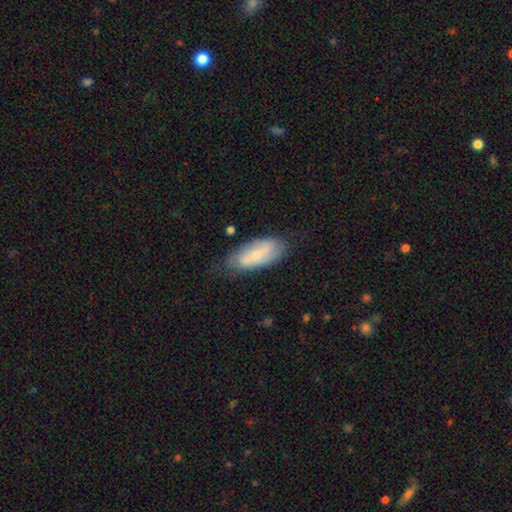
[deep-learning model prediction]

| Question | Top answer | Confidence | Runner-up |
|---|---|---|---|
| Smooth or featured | smooth | 48% | featured or disk (46%) |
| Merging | none | 67% | minor disturbance (24%) |